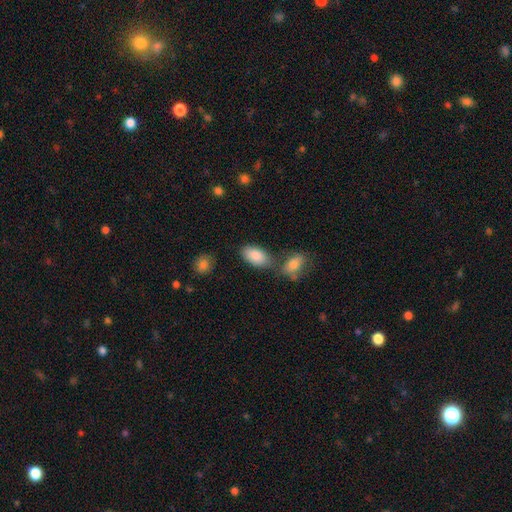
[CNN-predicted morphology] A smooth galaxy with no disk features (86%) that is in between round and cigar-shaped (94%).

Vote fractions:
- Smooth or featured? smooth: 86% / featured or disk: 8% / star or artifact: 7%
- How rounded? in between: 94% / round: 4% / cigar-shaped: 2%
- Merging? none: 62% / merger: 19% / minor disturbance: 15% / major disturbance: 4%